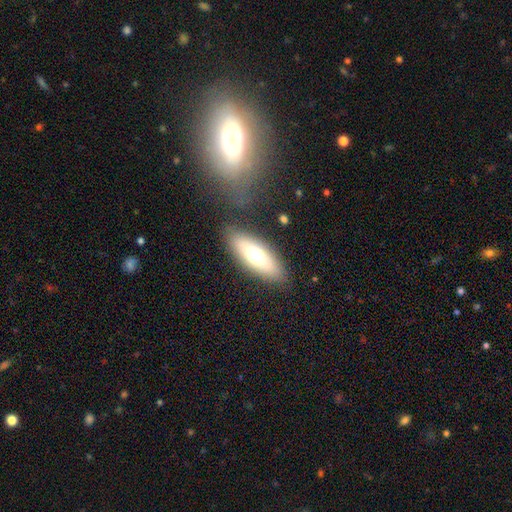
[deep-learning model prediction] The model was most divided on "how rounded": in between: 65%, cigar-shaped: 32%, round: 3%. More confident: merging — none (83%); smooth or featured — smooth (64%).